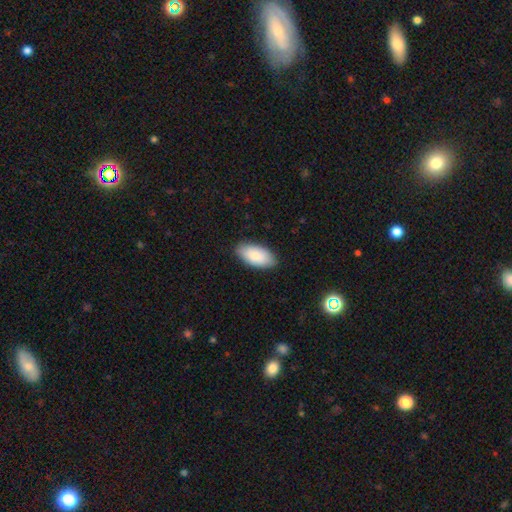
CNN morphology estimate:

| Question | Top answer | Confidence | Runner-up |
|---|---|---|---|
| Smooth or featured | smooth | 83% | featured or disk (11%) |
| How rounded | in between | 94% | cigar-shaped (4%) |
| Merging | none | 86% | minor disturbance (11%) |